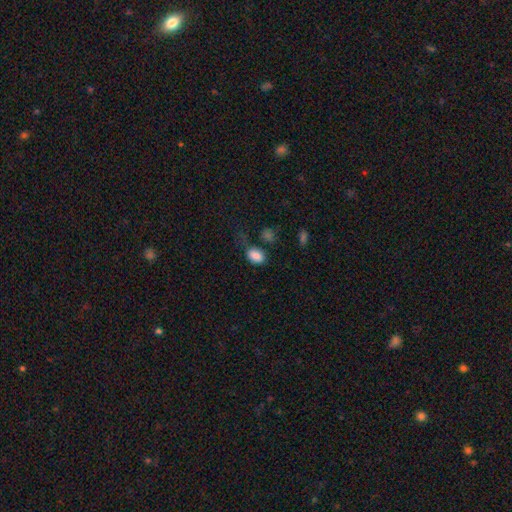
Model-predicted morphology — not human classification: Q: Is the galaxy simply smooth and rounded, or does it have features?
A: smooth — 86%.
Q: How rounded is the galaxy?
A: in between — 81%.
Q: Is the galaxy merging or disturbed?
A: none — 61%.